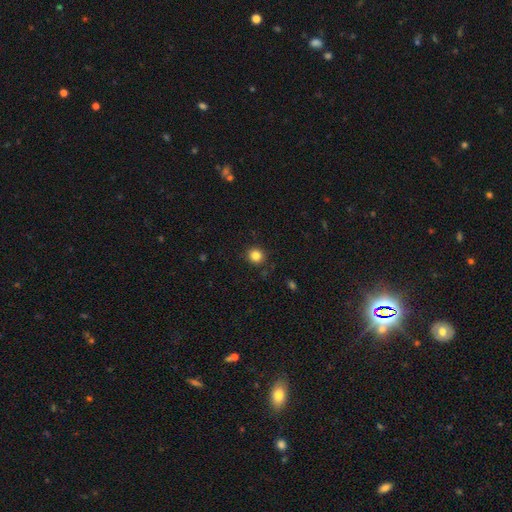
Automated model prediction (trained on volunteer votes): Q: Smooth or featured?
A: smooth (84%); runner-up: star or artifact (12%)
Q: How rounded?
A: round (91%); runner-up: in between (8%)
Q: Merging?
A: none (91%); runner-up: minor disturbance (6%)